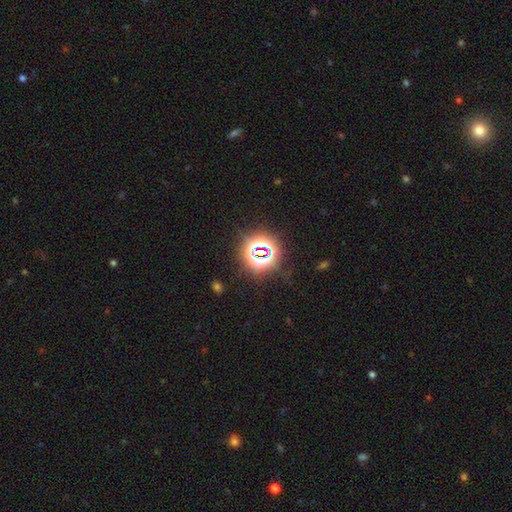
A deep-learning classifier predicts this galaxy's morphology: smooth-or-featured: star or artifact: 75% | smooth: 17% | featured or disk: 8%